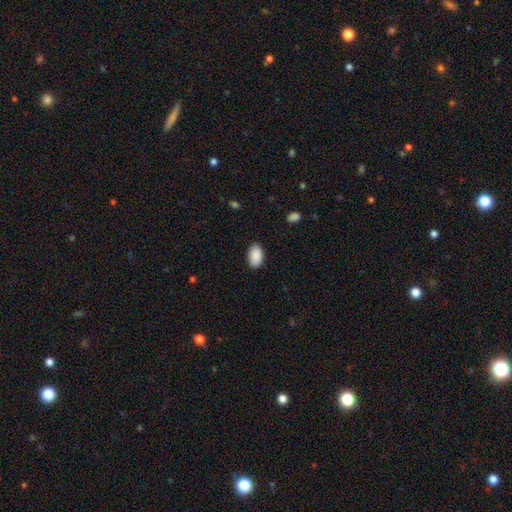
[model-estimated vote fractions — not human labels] Q: Smooth or featured?
A: smooth (90%); runner-up: star or artifact (6%)
Q: How rounded?
A: in between (94%); runner-up: round (5%)
Q: Merging?
A: none (85%); runner-up: minor disturbance (12%)